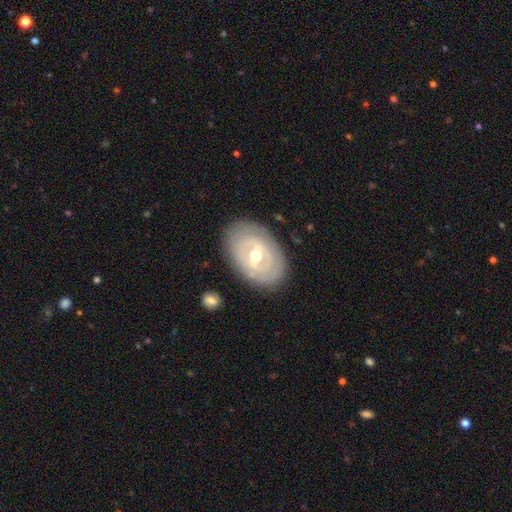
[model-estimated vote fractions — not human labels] Smooth or featured?
  - featured or disk: 73% *
  - smooth: 21%
  - star or artifact: 6%
Edge-on disk?
  - no: 93% *
  - yes: 7%
Bar?
  - weak: 46% *
  - strong: 34%
  - no: 21%
Spiral arms?
  - no: 54% *
  - yes: 46%
Bulge size?
  - moderate: 70% *
  - small: 24%
  - large: 4%
  - dominant: 1%
  - none: 1%
Merging?
  - none: 82% *
  - minor disturbance: 12%
  - major disturbance: 4%
  - merger: 1%